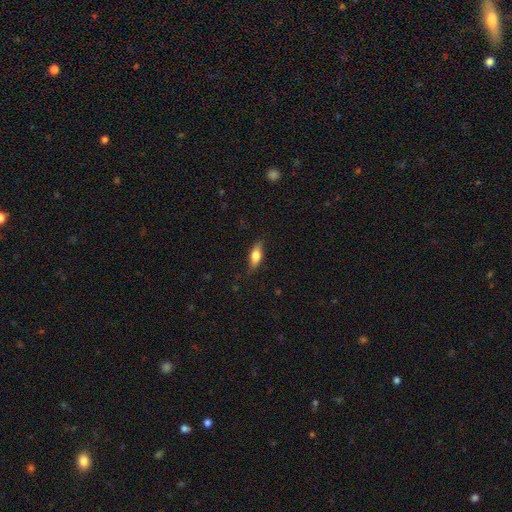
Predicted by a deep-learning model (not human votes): A smooth galaxy with no disk features (69%) that is in between round and cigar-shaped (68%).

Vote fractions:
- Smooth or featured? smooth: 69% / featured or disk: 25% / star or artifact: 7%
- How rounded? in between: 68% / cigar-shaped: 28% / round: 4%
- Merging? none: 77% / minor disturbance: 18% / major disturbance: 4% / merger: 1%